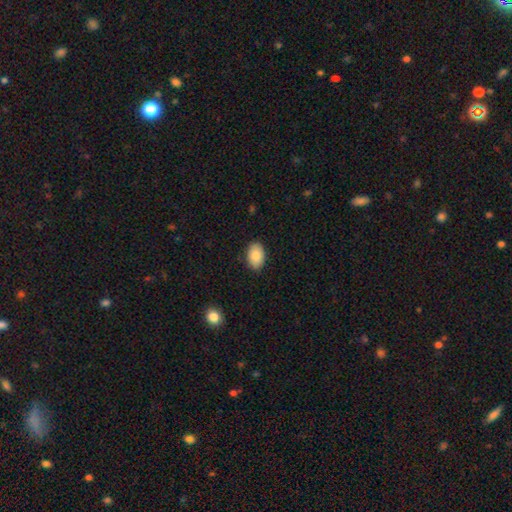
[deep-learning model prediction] A smooth galaxy with no disk features (86%) that is in between round and cigar-shaped (89%).

Vote fractions:
- Smooth or featured? smooth: 86% / featured or disk: 7% / star or artifact: 7%
- How rounded? in between: 89% / round: 10% / cigar-shaped: 1%
- Merging? none: 88% / minor disturbance: 9% / major disturbance: 2% / merger: 1%